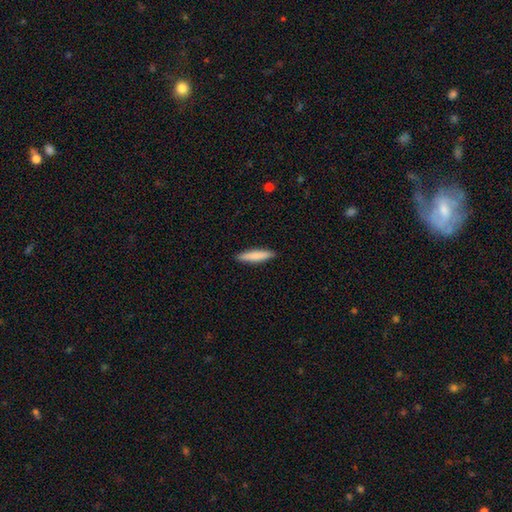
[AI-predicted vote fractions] Smooth or featured? Predicted: smooth (p=0.83). How rounded? Predicted: cigar-shaped (p=0.85). Merging? Predicted: none (p=0.90).